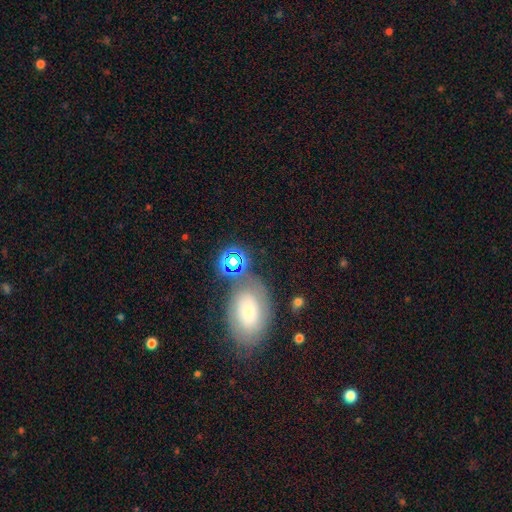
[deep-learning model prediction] The model was most divided on "smooth or featured": smooth: 48%, featured or disk: 30%, star or artifact: 22%. More confident: merging — none (67%).